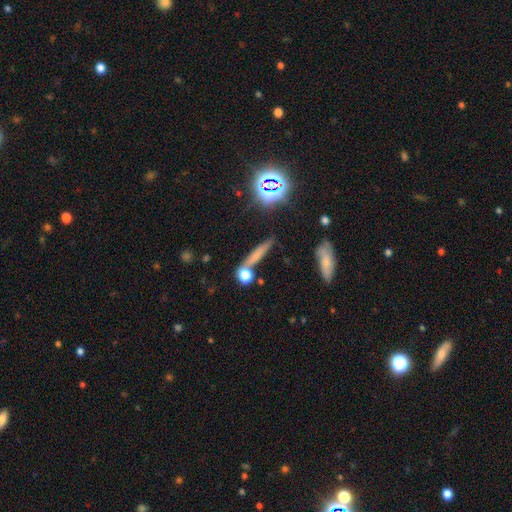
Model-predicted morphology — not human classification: A smooth galaxy with no disk features (59%) that is cigar-shaped (76%). Merging: none (68%).